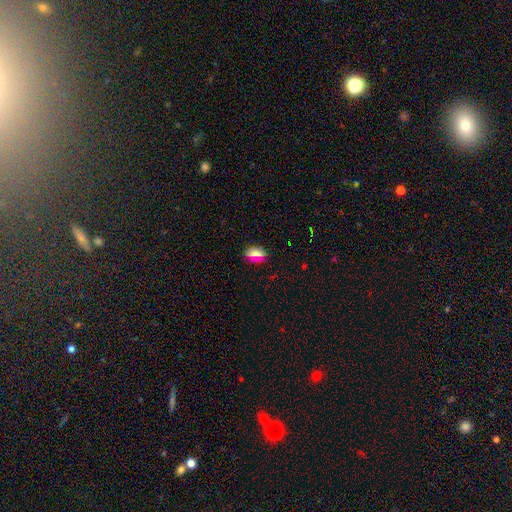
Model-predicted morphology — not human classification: A smooth galaxy with no disk features (69%) that is in between round and cigar-shaped (74%). Merging: none (85%).